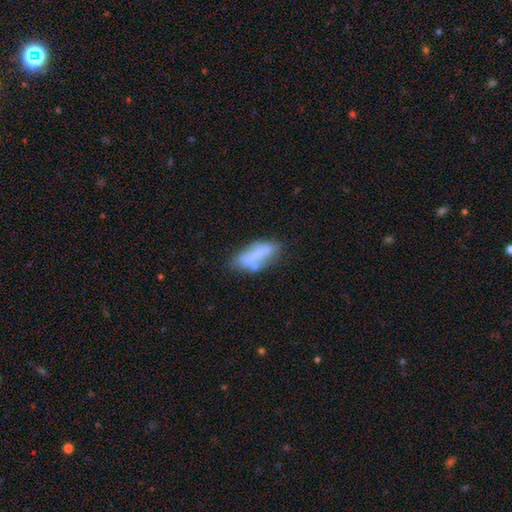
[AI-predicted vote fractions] smooth_or_featured: smooth (p=0.60) [alt: featured or disk p=0.31]
how_rounded: in between (p=0.69) [alt: cigar-shaped p=0.28]
merging: none (p=0.50) [alt: minor disturbance p=0.27]